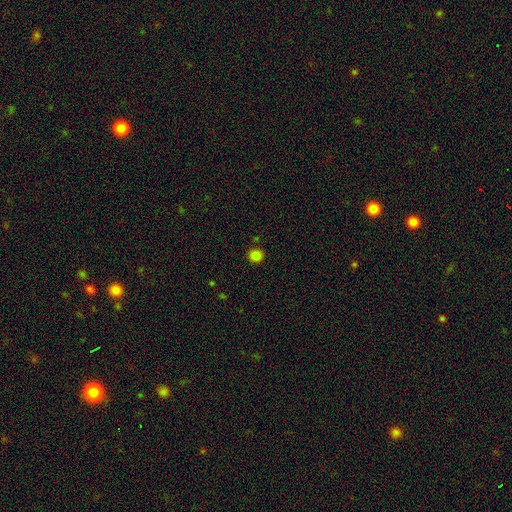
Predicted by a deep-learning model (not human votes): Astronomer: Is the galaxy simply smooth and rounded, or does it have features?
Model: smooth — 83%.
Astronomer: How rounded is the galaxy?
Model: round — 89%.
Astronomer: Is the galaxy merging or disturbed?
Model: none — 90%.